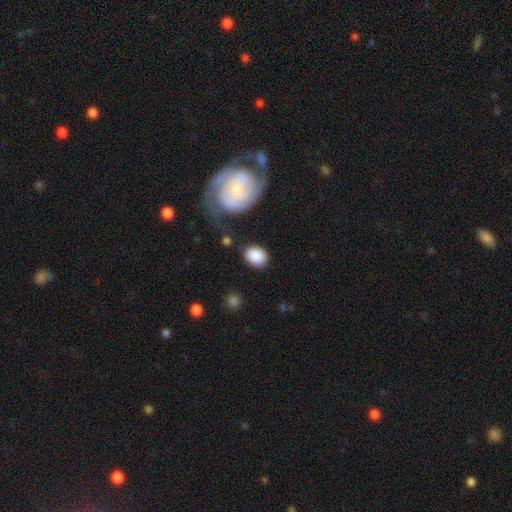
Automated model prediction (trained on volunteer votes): Morphology: type=smooth (89%); roundness=in between (59%); merging=none (79%).